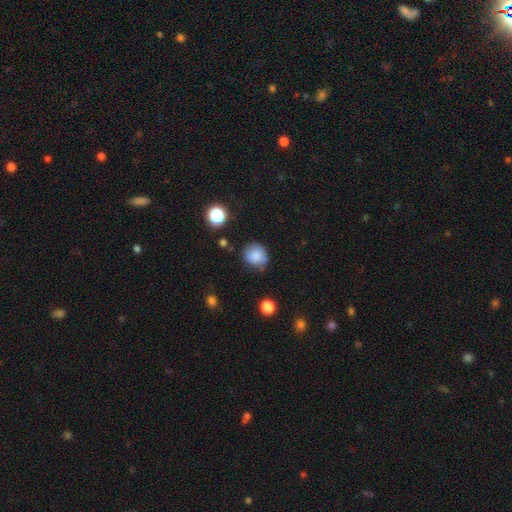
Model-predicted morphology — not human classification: smooth_or_featured: smooth (p=0.79) [alt: featured or disk p=0.11]
how_rounded: round (p=0.75) [alt: in between p=0.24]
merging: none (p=0.64) [alt: minor disturbance p=0.27]